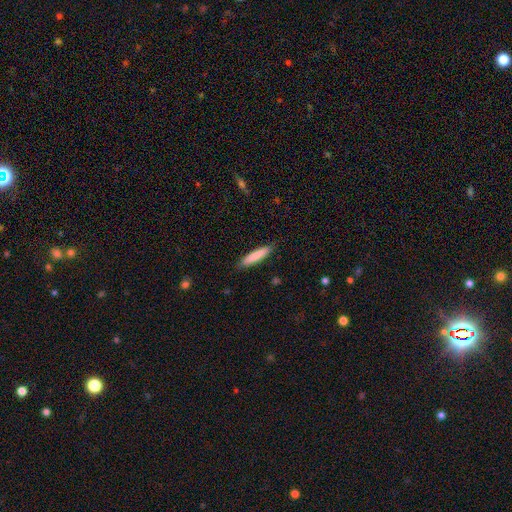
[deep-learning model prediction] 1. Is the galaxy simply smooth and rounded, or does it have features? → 83% smooth, 11% featured or disk, 6% star or artifact.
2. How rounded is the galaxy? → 88% cigar-shaped, 11% in between, 1% round.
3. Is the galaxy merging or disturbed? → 88% none, 9% minor disturbance, 2% major disturbance, 1% merger.